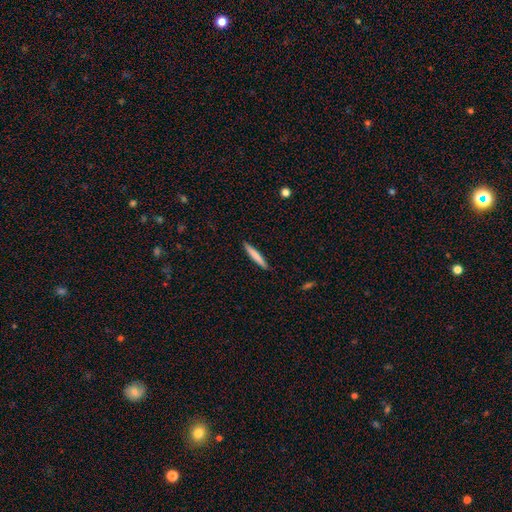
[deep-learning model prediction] Smooth or featured? Predicted: smooth (p=0.74). How rounded? Predicted: cigar-shaped (p=0.95). Merging? Predicted: none (p=0.91).